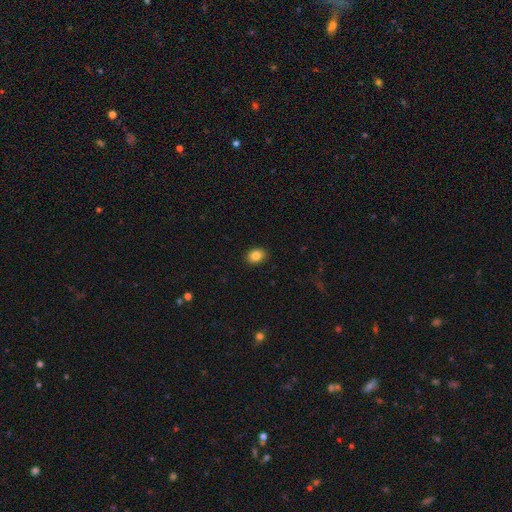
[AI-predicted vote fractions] smooth_or_featured: smooth (p=0.84) [alt: star or artifact p=0.09]
how_rounded: in between (p=0.59) [alt: round p=0.40]
merging: none (p=0.89) [alt: minor disturbance p=0.08]